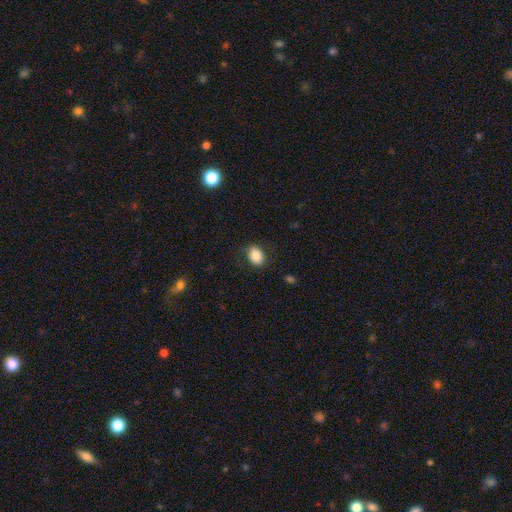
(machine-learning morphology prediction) Smooth or featured? Predicted: smooth (p=0.84). How rounded? Predicted: in between (p=0.67). Merging? Predicted: none (p=0.80).